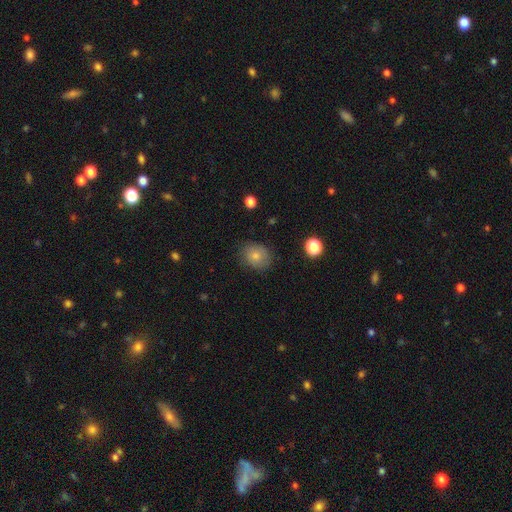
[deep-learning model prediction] smooth-or-featured: smooth: 80% | featured or disk: 10% | star or artifact: 10%
  how-rounded: round: 59% | in between: 40% | cigar-shaped: 1%
  merging: none: 79% | minor disturbance: 16% | major disturbance: 4% | merger: 1%